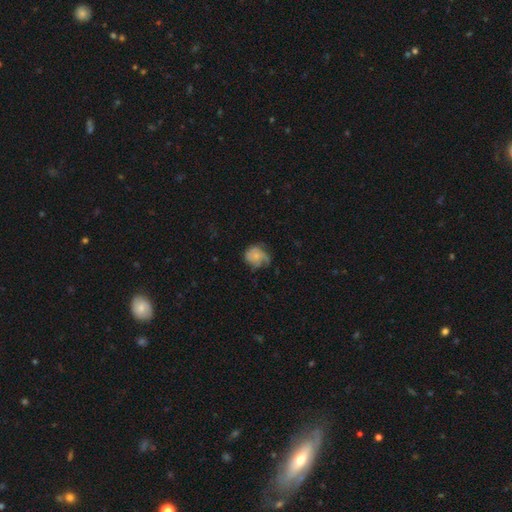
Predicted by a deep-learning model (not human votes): Overall: smooth (49%; featured or disk 43%). Merging: none (43%; minor disturbance 32%).